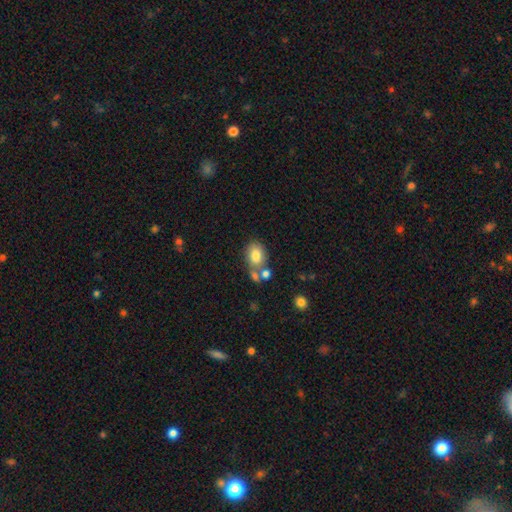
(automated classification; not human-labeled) Smooth or featured? smooth (79%)
How rounded? in between (67%)
Merging? none (53%)